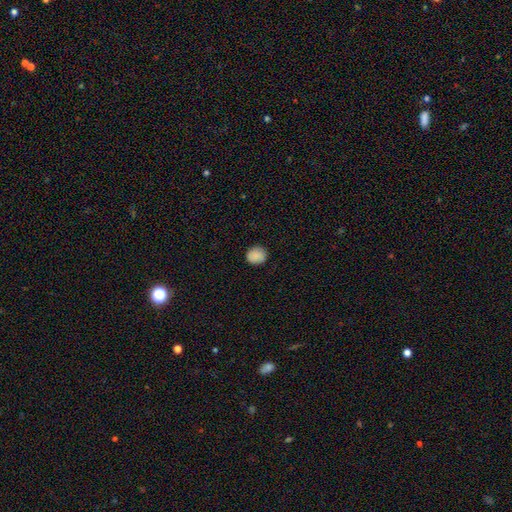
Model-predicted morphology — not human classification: This appears to be a smooth galaxy with no disk features (88%) that is round (80%). Merging: none (87%).